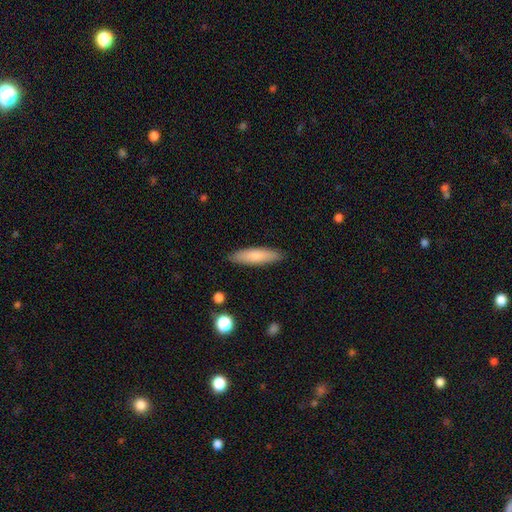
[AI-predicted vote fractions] A smooth galaxy with no disk features (78%) that is cigar-shaped (72%).

Vote fractions:
- Smooth or featured? smooth: 78% / featured or disk: 16% / star or artifact: 6%
- How rounded? cigar-shaped: 72% / in between: 26% / round: 1%
- Merging? none: 88% / minor disturbance: 9% / major disturbance: 2% / merger: 1%